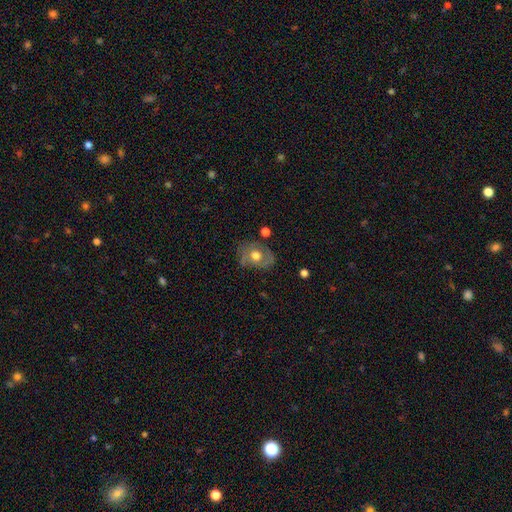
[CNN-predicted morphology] smooth-or-featured: smooth: 47% | featured or disk: 45% | star or artifact: 8%
  merging: none: 65% | minor disturbance: 23% | major disturbance: 9% | merger: 3%